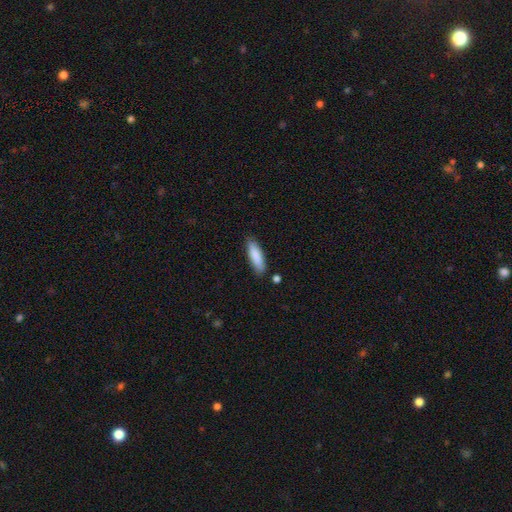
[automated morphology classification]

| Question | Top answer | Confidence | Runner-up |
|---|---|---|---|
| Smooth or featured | smooth | 87% | featured or disk (8%) |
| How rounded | cigar-shaped | 52% | in between (46%) |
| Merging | none | 83% | minor disturbance (13%) |